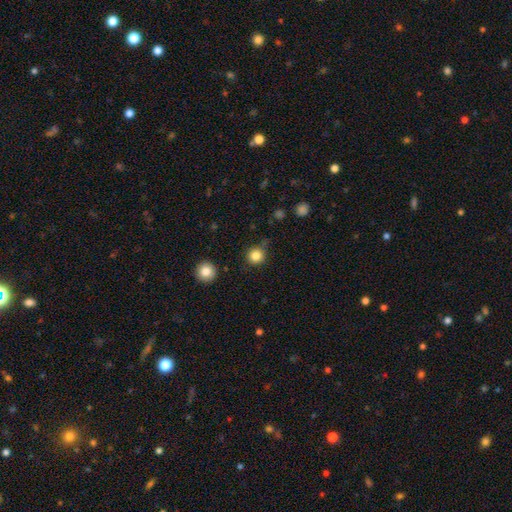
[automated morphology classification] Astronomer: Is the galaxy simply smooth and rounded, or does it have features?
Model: smooth — 83%.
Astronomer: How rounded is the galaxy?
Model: round — 94%.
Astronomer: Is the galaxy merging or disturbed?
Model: none — 78%.